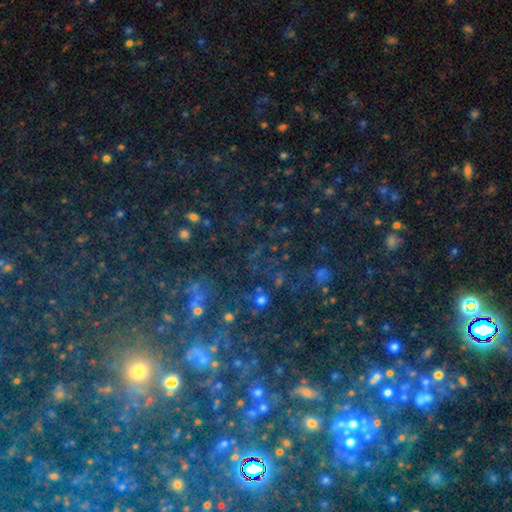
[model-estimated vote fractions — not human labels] Overall: star or artifact (70%).